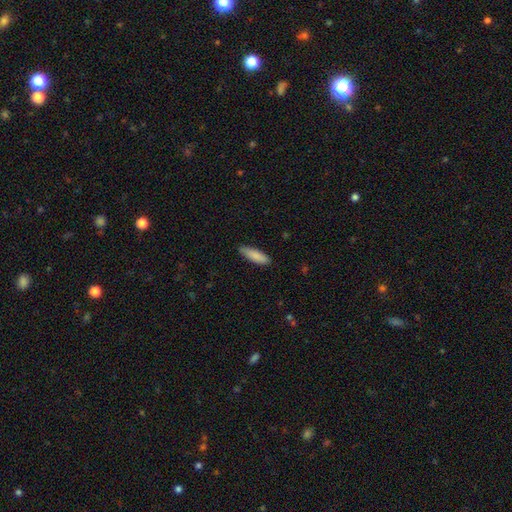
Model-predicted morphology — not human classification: A smooth galaxy with no disk features (86%) that is cigar-shaped (54%). Merging: none (82%).